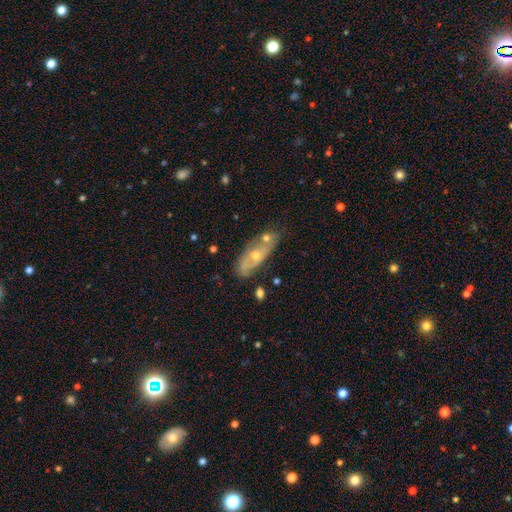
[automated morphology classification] Smooth or featured: featured or disk — 63% (smooth — 29%)
Edge-on disk: no — 79% (yes — 21%)
Merging: none — 58% (minor disturbance — 22%)